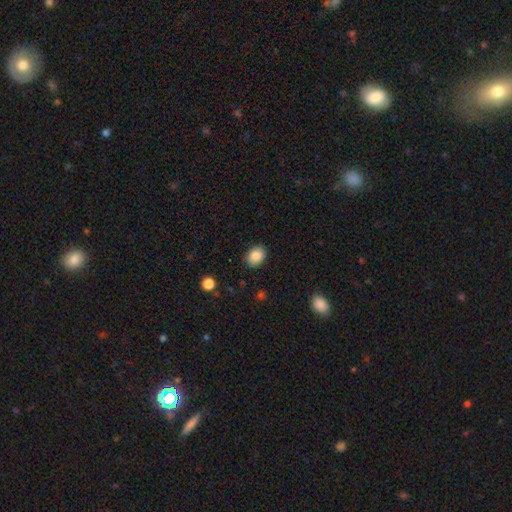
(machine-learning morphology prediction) Smooth or featured? Predicted: smooth (p=0.87). How rounded? Predicted: in between (p=0.66). Merging? Predicted: none (p=0.86).